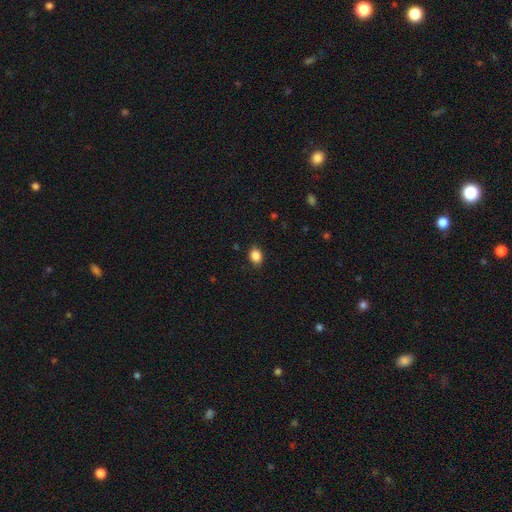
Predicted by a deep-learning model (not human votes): Q: Smooth or featured?
A: smooth (87%); runner-up: star or artifact (9%)
Q: How rounded?
A: in between (60%); runner-up: round (39%)
Q: Merging?
A: none (87%); runner-up: minor disturbance (10%)